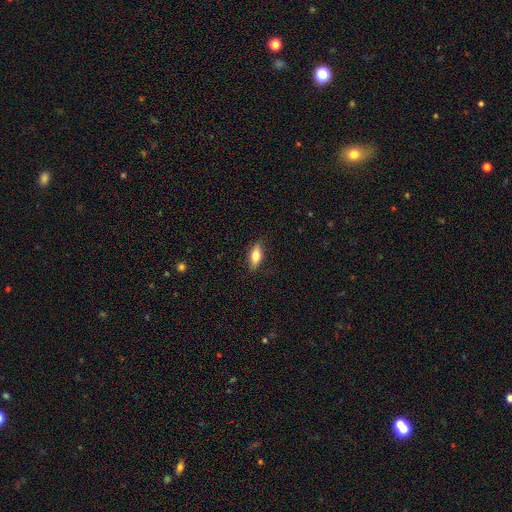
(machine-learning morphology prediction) A smooth galaxy with no disk features (74%) that is in between round and cigar-shaped (76%). Merging: none (85%).